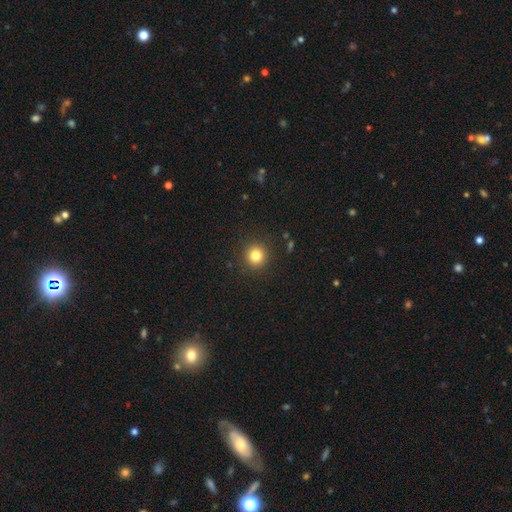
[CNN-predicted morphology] Smooth or featured? Predicted: smooth (p=0.81). How rounded? Predicted: round (p=0.94). Merging? Predicted: none (p=0.91).